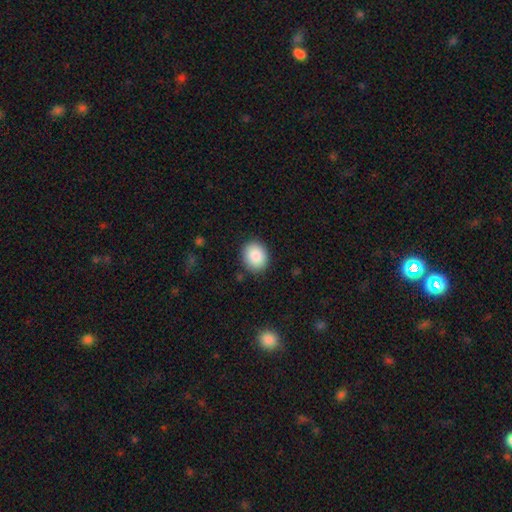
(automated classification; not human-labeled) smooth 88%, star or artifact 7%, featured or disk 5%. Down the decision tree: how rounded — round (62%); merging — none (88%).